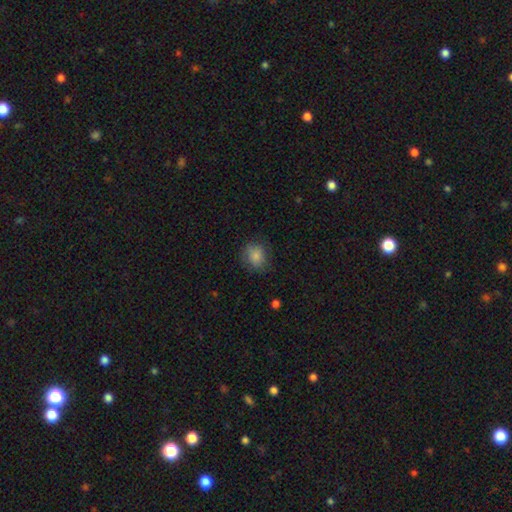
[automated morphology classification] Smooth or featured: smooth — 85% (star or artifact — 9%)
How rounded: round — 69% (in between — 30%)
Merging: none — 78% (minor disturbance — 16%)